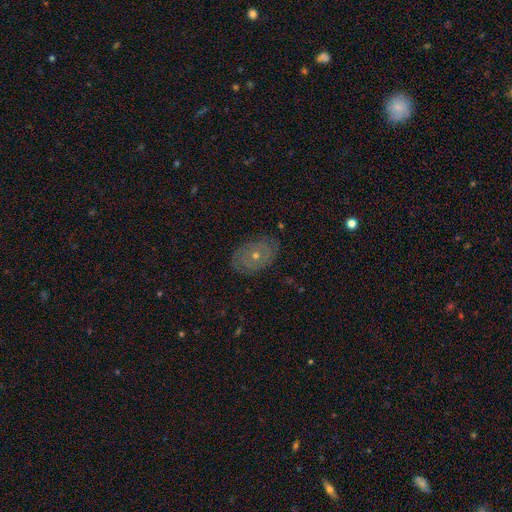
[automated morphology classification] The model was most divided on "bulge size": small: 54%, moderate: 42%, large: 1%, none: 1%, dominant: 1%. More confident: edge-on disk — no (94%); bar — no (87%); merging — none (80%); spiral arms — yes (67%); smooth or featured — featured or disk (63%).